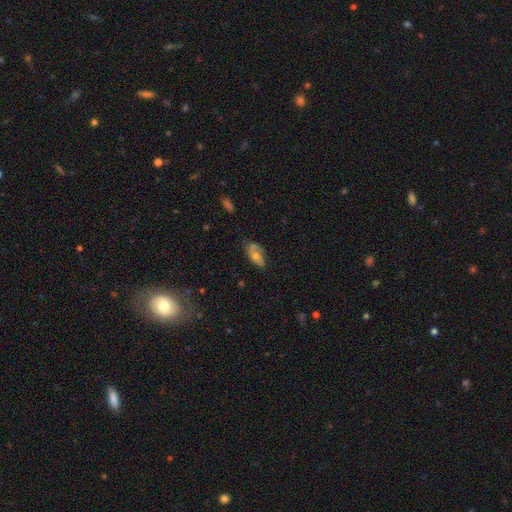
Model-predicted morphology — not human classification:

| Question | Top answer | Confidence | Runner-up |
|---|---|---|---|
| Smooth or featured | featured or disk | 47% | smooth (44%) |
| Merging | none | 62% | minor disturbance (26%) |